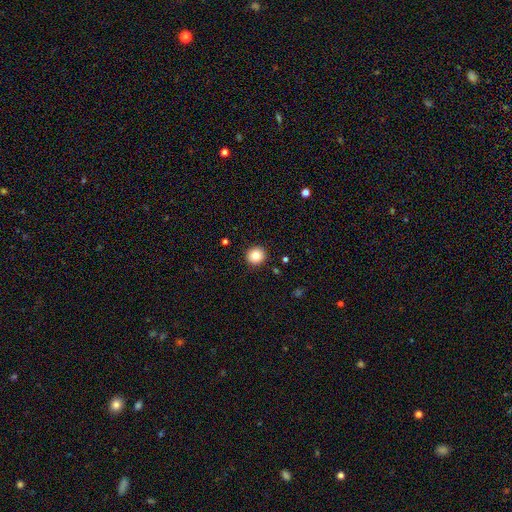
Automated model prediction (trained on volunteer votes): Smooth or featured? smooth (83%)
How rounded? round (91%)
Merging? none (92%)